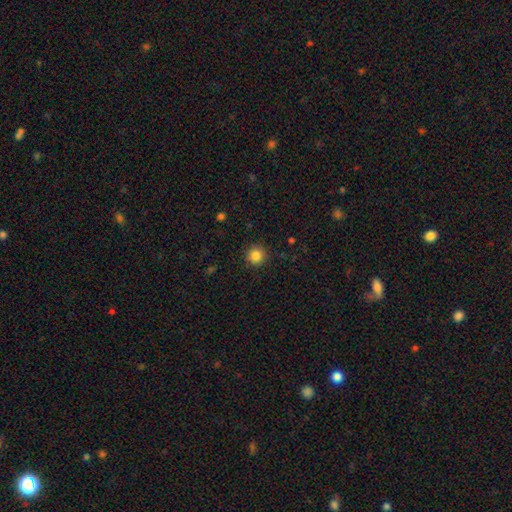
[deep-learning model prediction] Smooth or featured: smooth — 85% (star or artifact — 11%)
How rounded: round — 95% (in between — 4%)
Merging: none — 91% (minor disturbance — 6%)